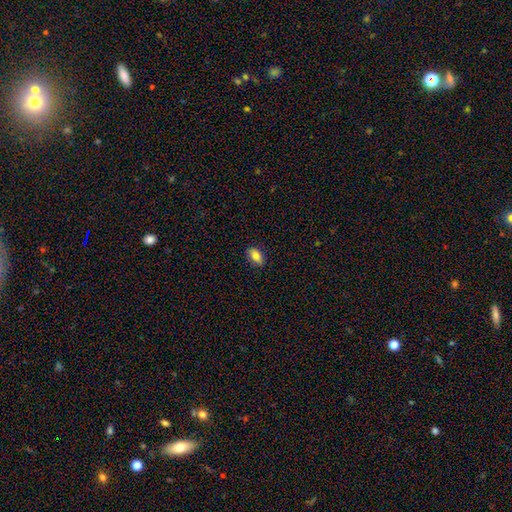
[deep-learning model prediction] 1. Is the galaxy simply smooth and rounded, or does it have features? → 83% smooth, 9% featured or disk, 8% star or artifact.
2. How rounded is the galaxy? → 89% in between, 6% round, 5% cigar-shaped.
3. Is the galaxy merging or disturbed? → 86% none, 11% minor disturbance, 2% major disturbance, 1% merger.